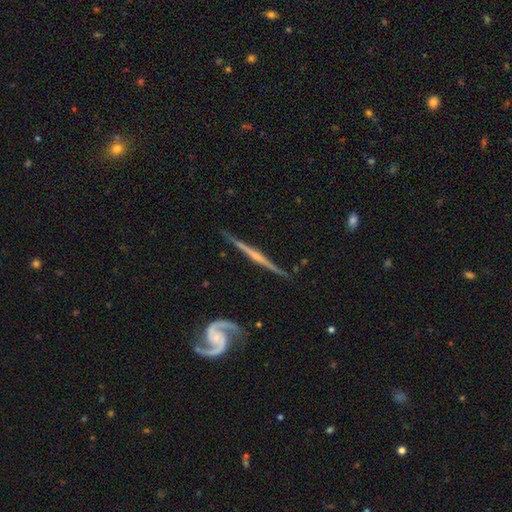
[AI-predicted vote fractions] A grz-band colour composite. It shows a featured or disk galaxy (88%) viewed edge-on (92%) with a rounded central bulge (52%). Merging: none (82%).